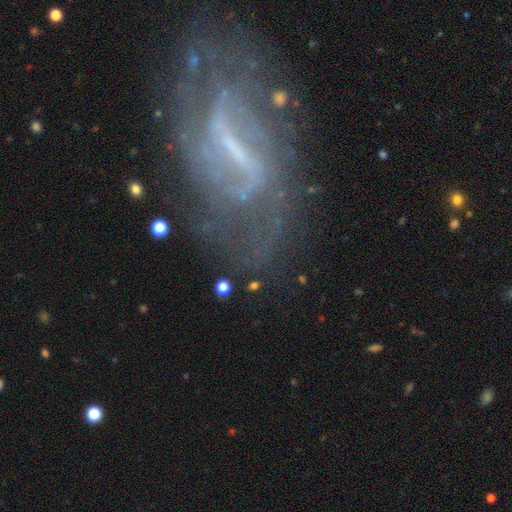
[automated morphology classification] Overall: featured or disk (80%). Edge-on disk: no (92%). Bar: strong (62%; weak 27%). Spiral arms: yes (72%). Spiral arm count: 2 (48%; can't tell 33%). Spiral winding: loose (39%; medium 36%). Bulge size: none (40%; small 39%). Merging: none (54%; major disturbance 22%).